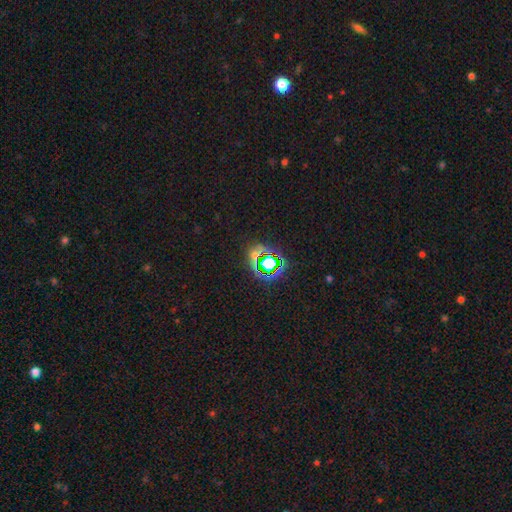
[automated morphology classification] A star or artifact, not a galaxy (66%).